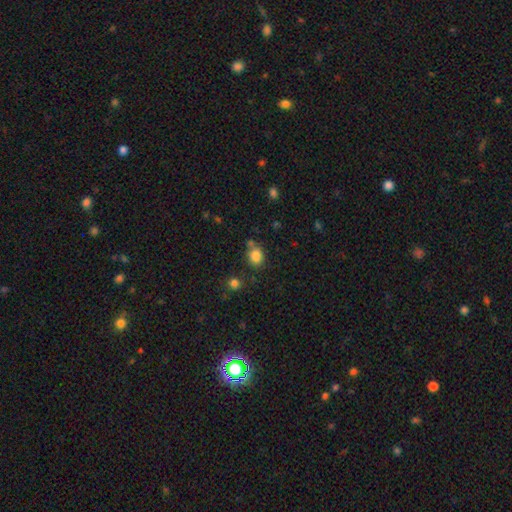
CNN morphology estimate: Smooth or featured? Predicted: smooth (p=0.84). How rounded? Predicted: round (p=0.55). Merging? Predicted: none (p=0.66).